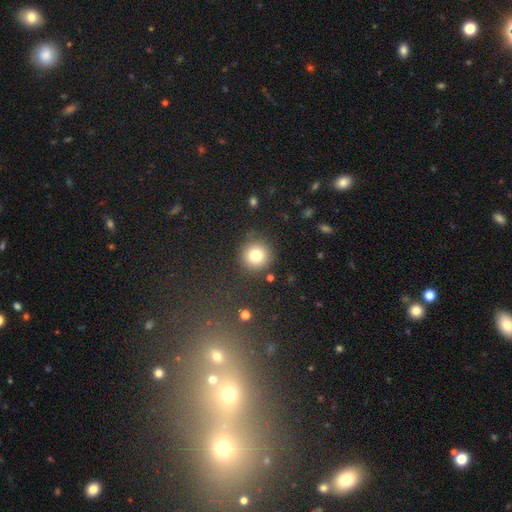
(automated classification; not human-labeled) The model was most divided on "smooth or featured": smooth: 80%, star or artifact: 12%, featured or disk: 8%. More confident: how rounded — round (94%); merging — none (86%).